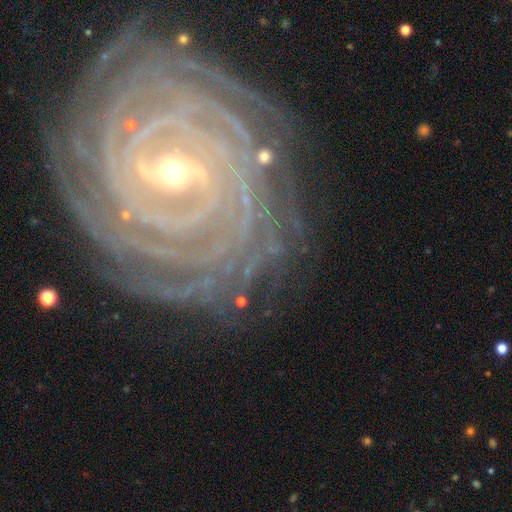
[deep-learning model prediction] Overall: featured or disk (91%). Edge-on disk: no (97%). Bar: strong (42%; weak 39%). Spiral arms: yes (98%). Spiral arm count: more than 4 (31%; 4 21%). Spiral winding: tight (89%). Bulge size: small (68%; moderate 29%). Merging: none (82%).